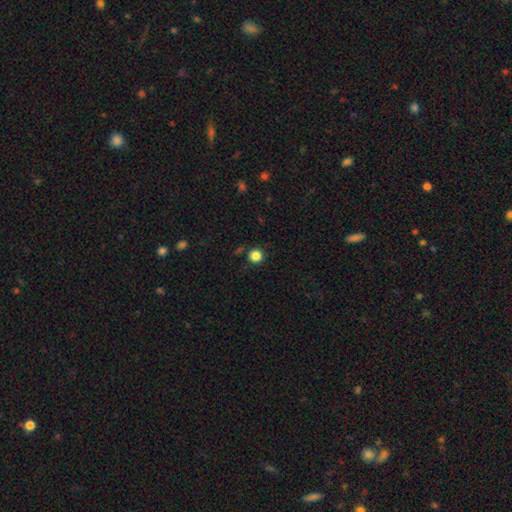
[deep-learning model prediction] Morphology: type=smooth (85%); roundness=round (95%); merging=none (89%).